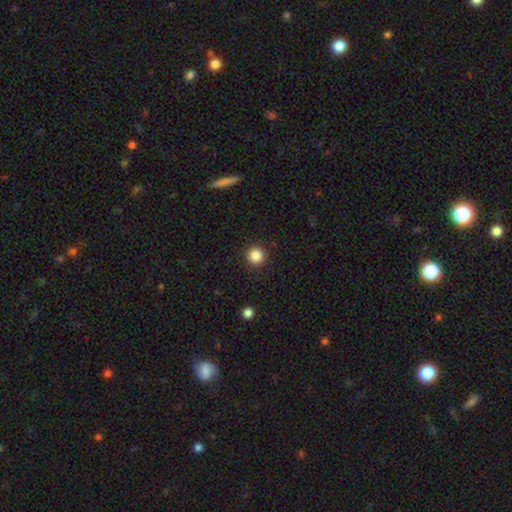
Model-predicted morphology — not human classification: smooth 85%, star or artifact 11%, featured or disk 4%. Down the decision tree: how rounded — round (95%); merging — none (92%).